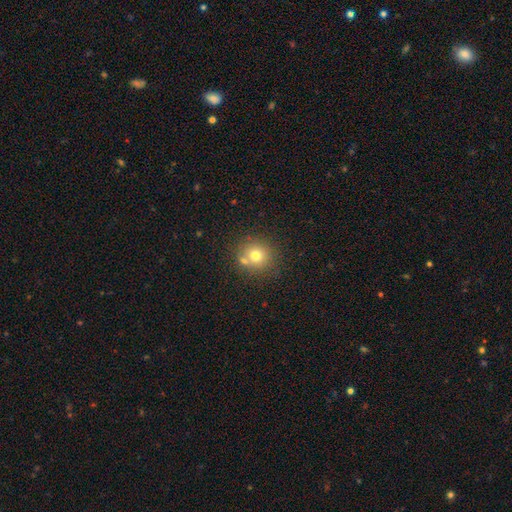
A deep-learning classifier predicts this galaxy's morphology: Overall: smooth (72%). How rounded: round (89%). Merging: none (68%).